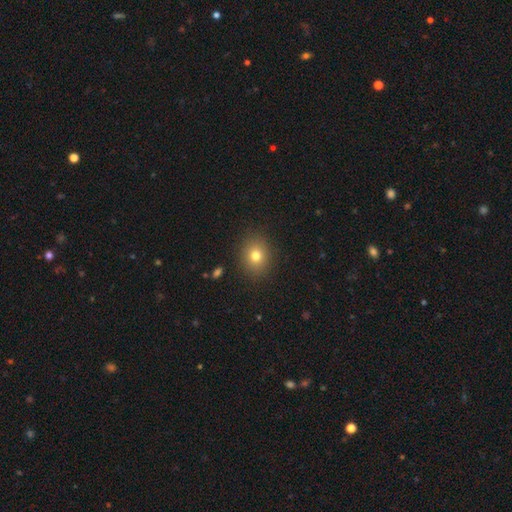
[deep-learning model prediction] A smooth galaxy with no disk features (76%) that is round (63%).

Vote fractions:
- Smooth or featured? smooth: 76% / star or artifact: 14% / featured or disk: 11%
- How rounded? round: 63% / in between: 37% / cigar-shaped: 1%
- Merging? none: 88% / minor disturbance: 8% / major disturbance: 3% / merger: 1%